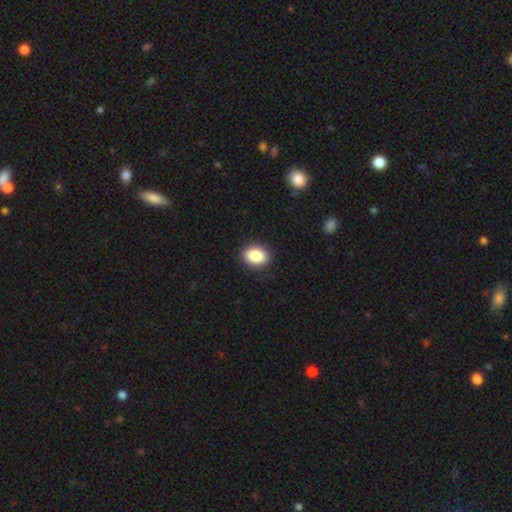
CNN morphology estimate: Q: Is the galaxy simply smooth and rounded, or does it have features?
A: smooth — 87%.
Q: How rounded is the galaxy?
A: in between — 72%.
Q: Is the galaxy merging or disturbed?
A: none — 89%.